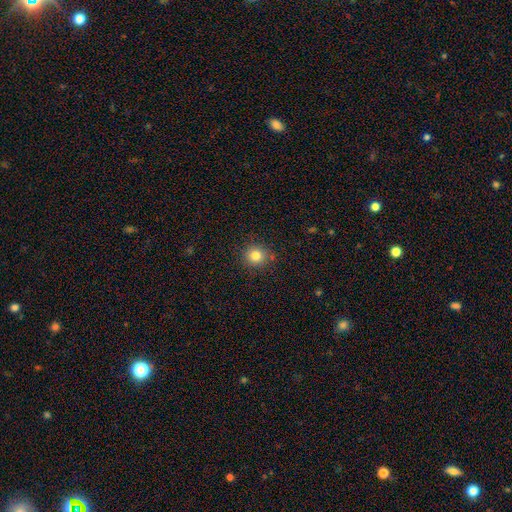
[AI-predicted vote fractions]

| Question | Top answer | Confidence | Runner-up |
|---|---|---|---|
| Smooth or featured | smooth | 81% | star or artifact (12%) |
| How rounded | round | 91% | in between (8%) |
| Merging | none | 87% | minor disturbance (8%) |